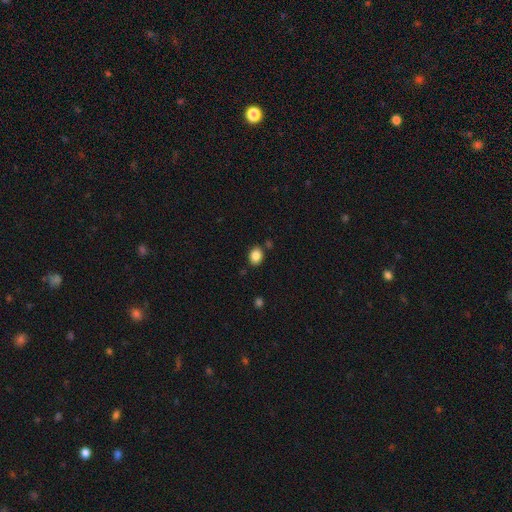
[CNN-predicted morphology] Smooth or featured?
  - smooth: 86% *
  - star or artifact: 9%
  - featured or disk: 5%
How rounded?
  - in between: 60% *
  - round: 39%
  - cigar-shaped: 1%
Merging?
  - none: 83% *
  - minor disturbance: 11%
  - merger: 4%
  - major disturbance: 3%